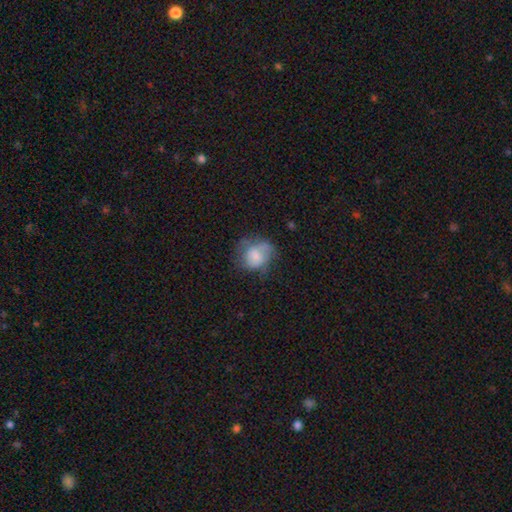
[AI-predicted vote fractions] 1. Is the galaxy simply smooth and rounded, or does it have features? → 61% smooth, 30% featured or disk, 9% star or artifact.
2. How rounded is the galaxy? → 61% round, 38% in between, 1% cigar-shaped.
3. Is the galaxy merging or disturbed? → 44% none, 30% minor disturbance, 23% major disturbance, 3% merger.